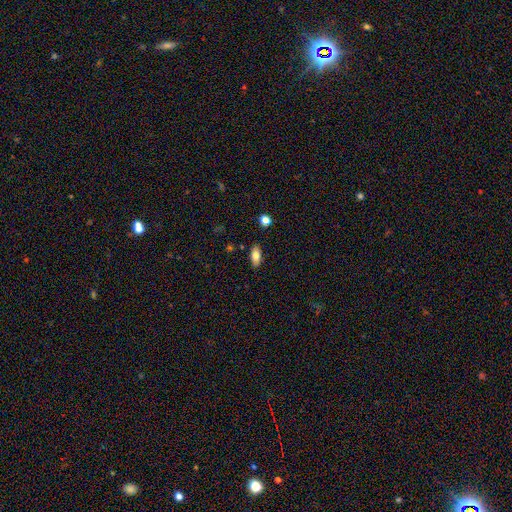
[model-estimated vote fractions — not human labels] Q: Smooth or featured?
A: smooth (76%); runner-up: featured or disk (15%)
Q: How rounded?
A: in between (87%); runner-up: cigar-shaped (10%)
Q: Merging?
A: none (86%); runner-up: minor disturbance (10%)